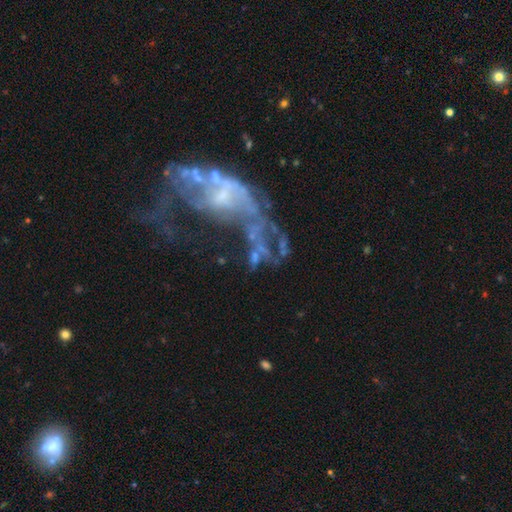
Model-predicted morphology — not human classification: smooth_or_featured: featured or disk (p=0.65) [alt: star or artifact p=0.18]
disk_edge_on: no (p=0.94) [alt: yes p=0.06]
bar: no (p=0.73) [alt: weak p=0.19]
has_spiral_arms: no (p=0.68) [alt: yes p=0.32]
bulge_size: none (p=0.51) [alt: small p=0.28]
merging: major disturbance (p=0.42) [alt: merger p=0.26]